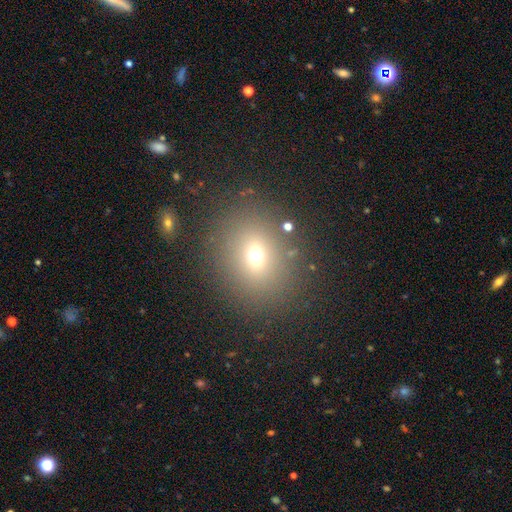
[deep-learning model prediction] smooth 67%, star or artifact 21%, featured or disk 12%. Down the decision tree: how rounded — round (62%); merging — none (82%).